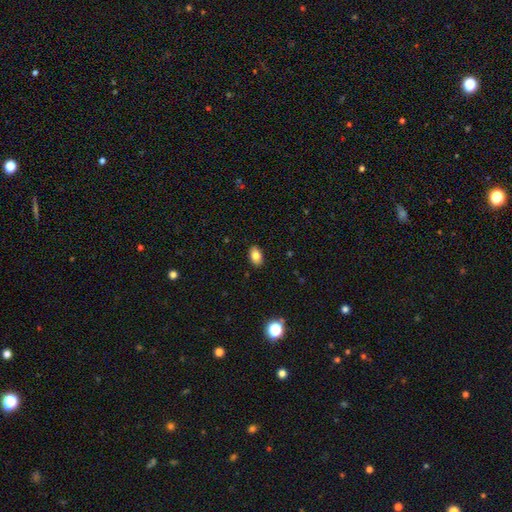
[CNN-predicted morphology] A smooth galaxy with no disk features (83%) that is in between round and cigar-shaped (89%).

Vote fractions:
- Smooth or featured? smooth: 83% / star or artifact: 9% / featured or disk: 8%
- How rounded? in between: 89% / round: 9% / cigar-shaped: 1%
- Merging? none: 88% / minor disturbance: 9% / major disturbance: 2% / merger: 1%